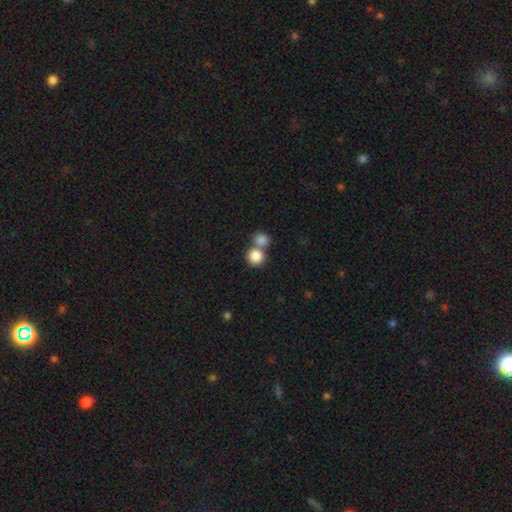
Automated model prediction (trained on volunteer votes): smooth_or_featured: smooth (p=0.85) [alt: star or artifact p=0.08]
how_rounded: round (p=0.87) [alt: in between p=0.12]
merging: merger (p=0.48) [alt: none p=0.42]